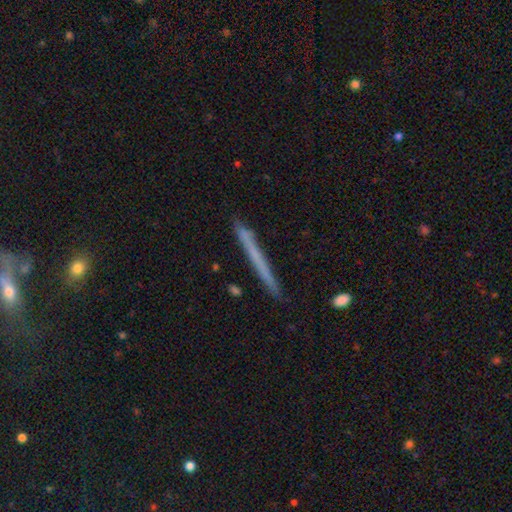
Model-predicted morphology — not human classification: smooth_or_featured: smooth (p=0.46) [alt: featured or disk p=0.45]
merging: none (p=0.89) [alt: minor disturbance p=0.08]